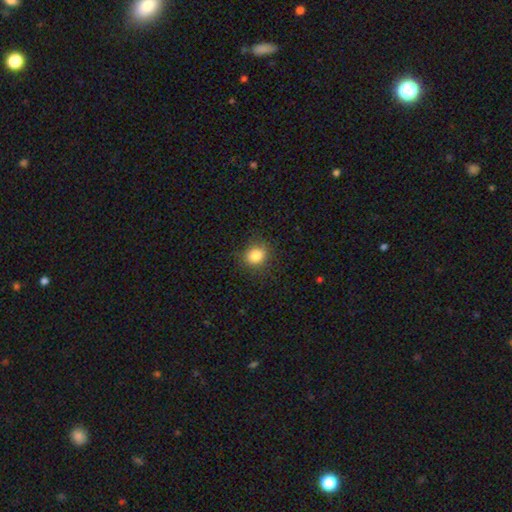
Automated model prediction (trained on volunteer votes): Smooth or featured? smooth (84%)
How rounded? round (72%)
Merging? none (84%)